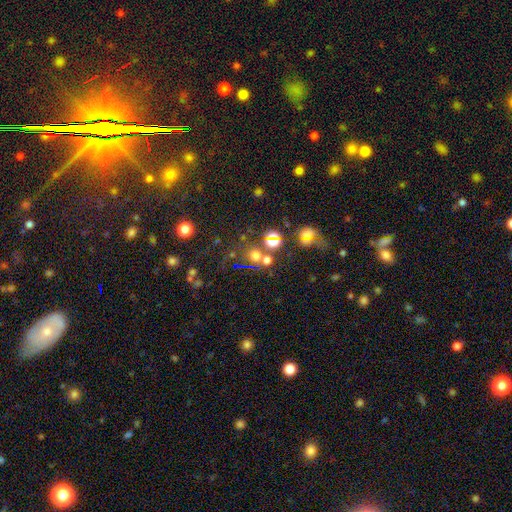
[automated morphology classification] Smooth or featured: smooth — 57% (star or artifact — 32%)
How rounded: round — 86% (in between — 13%)
Merging: none — 61% (merger — 24%)